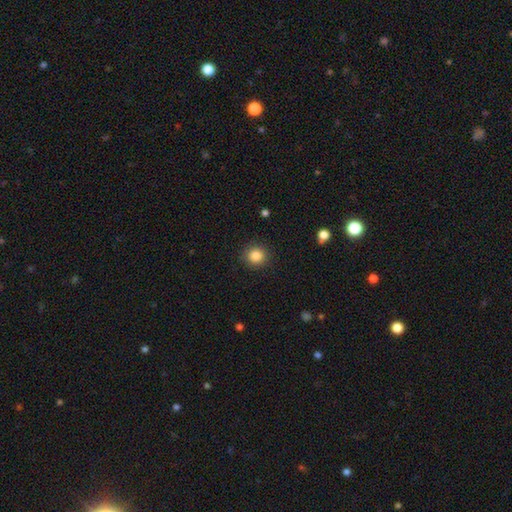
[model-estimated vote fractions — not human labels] Smooth or featured? Predicted: smooth (p=0.86). How rounded? Predicted: round (p=0.90). Merging? Predicted: none (p=0.90).